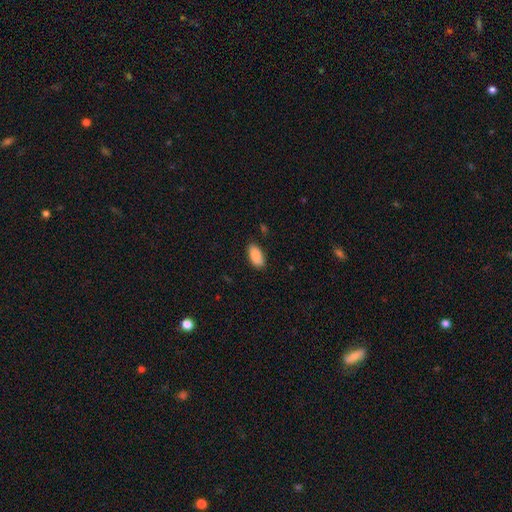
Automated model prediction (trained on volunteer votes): The model was most divided on "merging": none: 84%, minor disturbance: 12%, major disturbance: 2%, merger: 1%. More confident: how rounded — in between (94%); smooth or featured — smooth (89%).